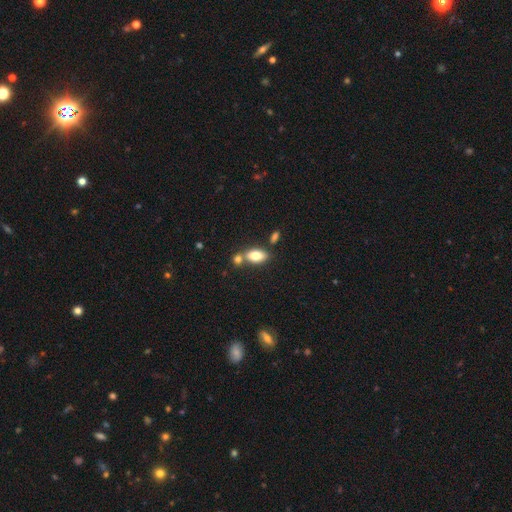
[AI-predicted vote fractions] The model was most divided on "merging": none: 55%, merger: 31%, minor disturbance: 11%, major disturbance: 3%. More confident: how rounded — in between (89%); smooth or featured — smooth (78%).